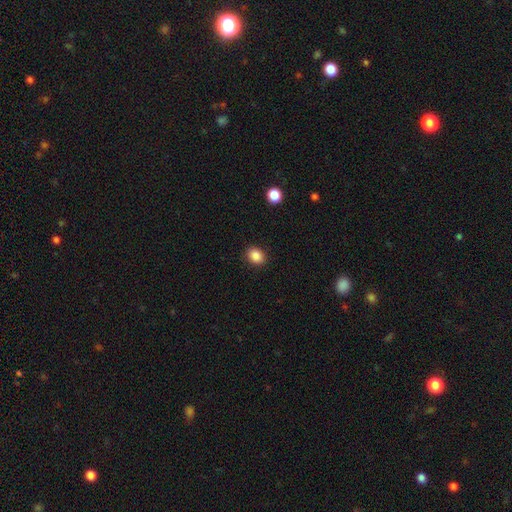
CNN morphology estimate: Q: Smooth or featured?
A: smooth (87%); runner-up: star or artifact (10%)
Q: How rounded?
A: round (52%); runner-up: in between (47%)
Q: Merging?
A: none (90%); runner-up: minor disturbance (7%)